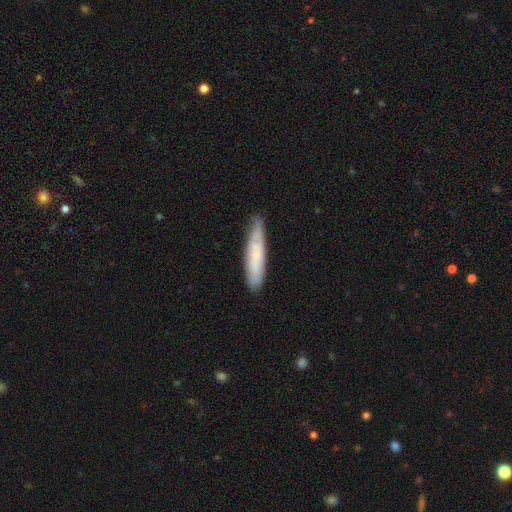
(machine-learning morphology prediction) A smooth galaxy with no disk features (60%) that is cigar-shaped (84%).

Vote fractions:
- Smooth or featured? smooth: 60% / featured or disk: 33% / star or artifact: 7%
- How rounded? cigar-shaped: 84% / in between: 15% / round: 1%
- Merging? none: 77% / minor disturbance: 19% / major disturbance: 3% / merger: 2%